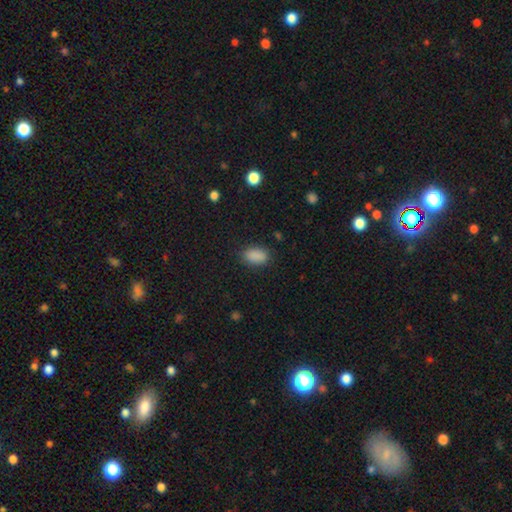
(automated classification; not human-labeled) smooth 88%, star or artifact 9%, featured or disk 3%. Down the decision tree: how rounded — in between (90%); merging — none (85%).